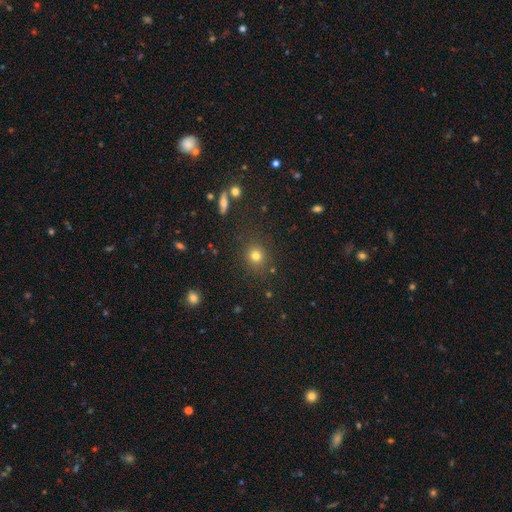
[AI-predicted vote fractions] Smooth or featured? smooth (76%)
How rounded? round (86%)
Merging? none (85%)